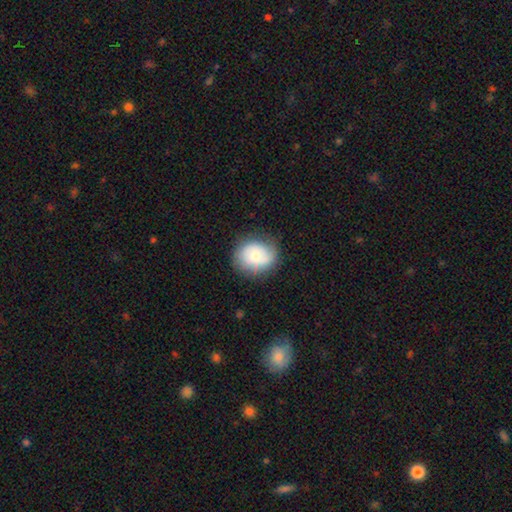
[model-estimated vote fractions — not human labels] smooth-or-featured: smooth: 68% | featured or disk: 24% | star or artifact: 8%
  how-rounded: round: 65% | in between: 34% | cigar-shaped: 1%
  merging: none: 75% | minor disturbance: 18% | major disturbance: 5% | merger: 2%